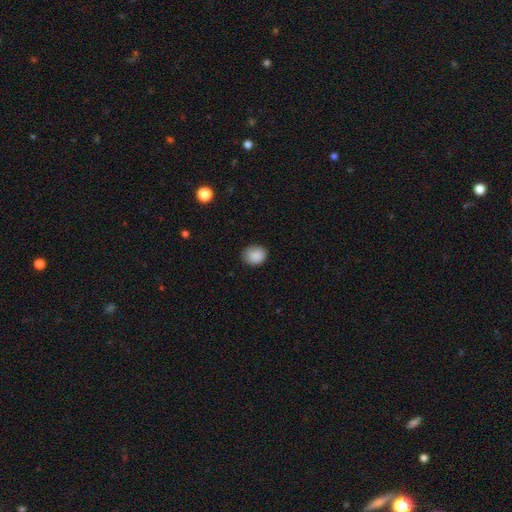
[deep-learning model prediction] The model was most divided on "how rounded": round: 59%, in between: 40%, cigar-shaped: 1%. More confident: smooth or featured — smooth (87%); merging — none (78%).